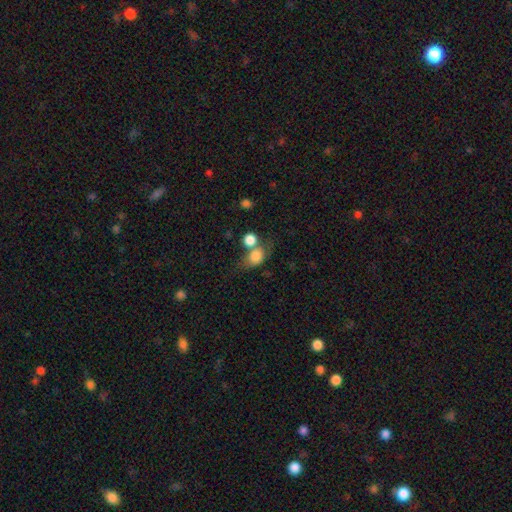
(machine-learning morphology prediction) Smooth or featured: smooth — 80% (featured or disk — 11%)
How rounded: round — 52% (in between — 46%)
Merging: merger — 43% (none — 34%)